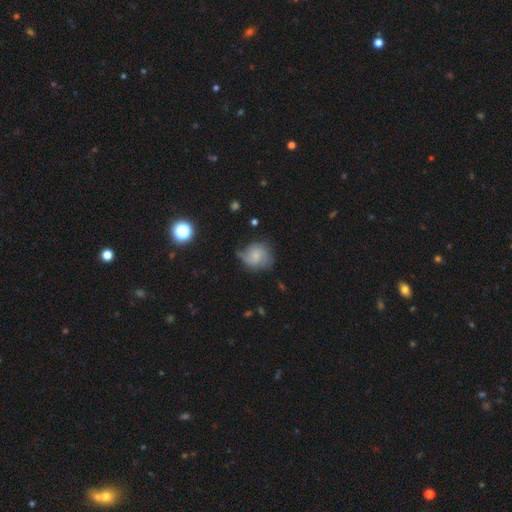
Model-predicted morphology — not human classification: Smooth or featured: featured or disk — 54% (smooth — 37%)
Edge-on disk: no — 97% (yes — 3%)
Bar: no — 64% (weak — 32%)
Spiral arms: yes — 89% (no — 11%)
Bulge size: small — 51% (moderate — 23%)
Merging: none — 54% (minor disturbance — 29%)